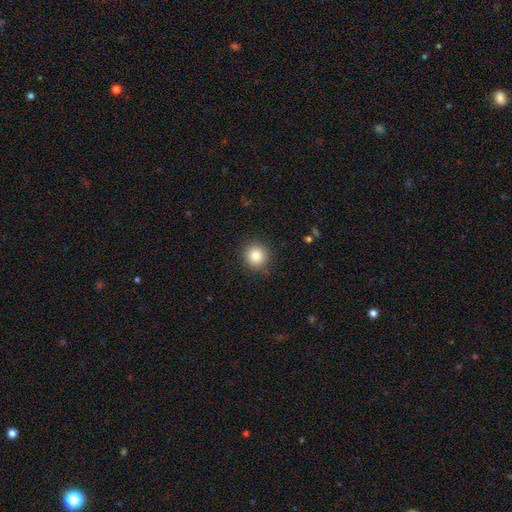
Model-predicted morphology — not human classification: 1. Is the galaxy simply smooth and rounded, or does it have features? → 83% smooth, 10% star or artifact, 7% featured or disk.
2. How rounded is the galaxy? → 94% round, 5% in between, 1% cigar-shaped.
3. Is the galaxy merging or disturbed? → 89% none, 8% minor disturbance, 2% major disturbance, 1% merger.